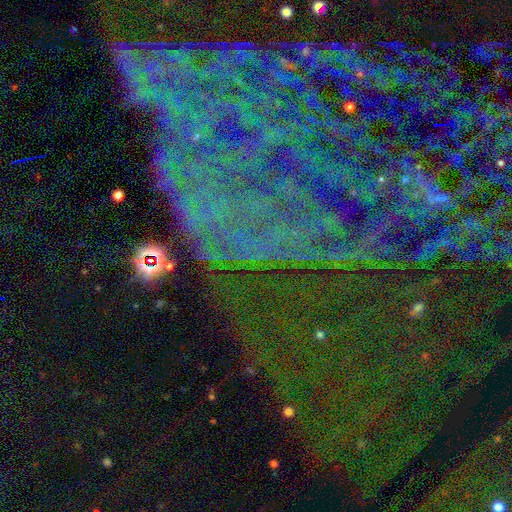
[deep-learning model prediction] Overall: star or artifact (75%).